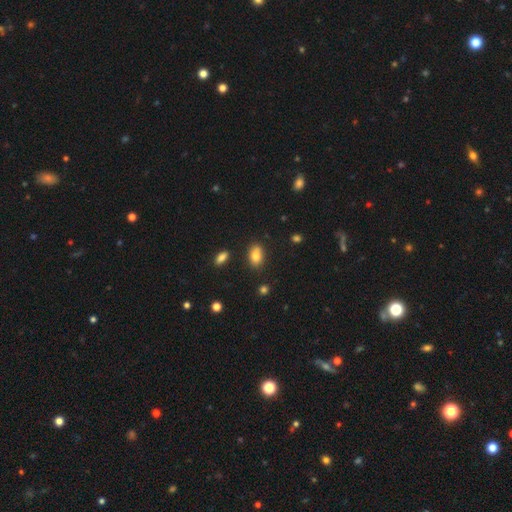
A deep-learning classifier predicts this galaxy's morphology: The model was most divided on "merging": none: 81%, minor disturbance: 12%, merger: 4%, major disturbance: 3%. More confident: how rounded — in between (85%); smooth or featured — smooth (82%).